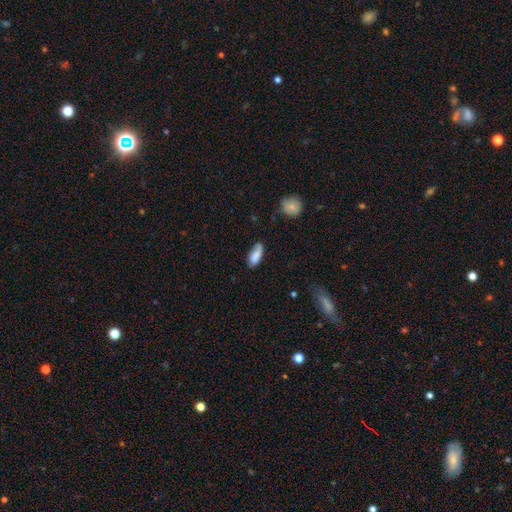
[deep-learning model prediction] A smooth galaxy with no disk features (79%) that is in between round and cigar-shaped (82%).

Vote fractions:
- Smooth or featured? smooth: 79% / featured or disk: 13% / star or artifact: 7%
- How rounded? in between: 82% / cigar-shaped: 15% / round: 2%
- Merging? none: 61% / minor disturbance: 29% / major disturbance: 7% / merger: 3%